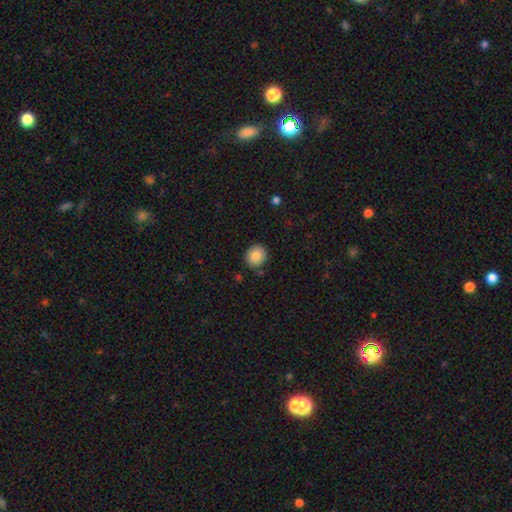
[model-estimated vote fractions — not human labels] Smooth or featured? smooth (84%)
How rounded? round (78%)
Merging? none (86%)